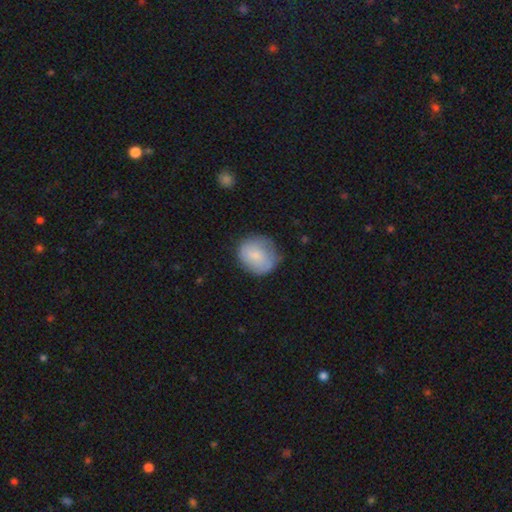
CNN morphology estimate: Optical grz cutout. It shows a smooth galaxy with no disk features (75%) that is round (74%). Merging: none (64%).